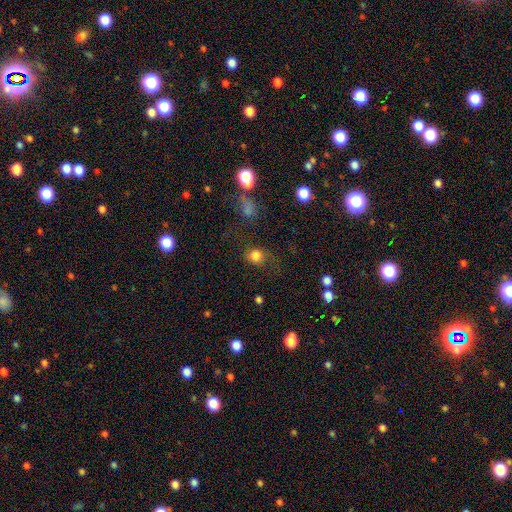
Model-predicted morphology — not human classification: This is likely a smooth galaxy (76%). How rounded: likely round (79%). Merging: possibly none (56%).